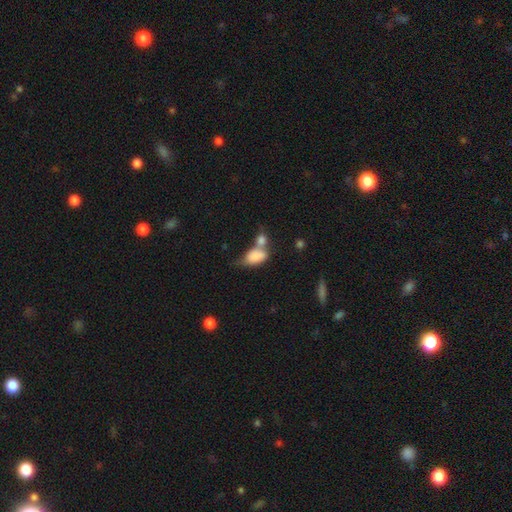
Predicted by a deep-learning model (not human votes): smooth 79%, featured or disk 13%, star or artifact 8%. Down the decision tree: how rounded — in between (87%); merging — merger (55%).